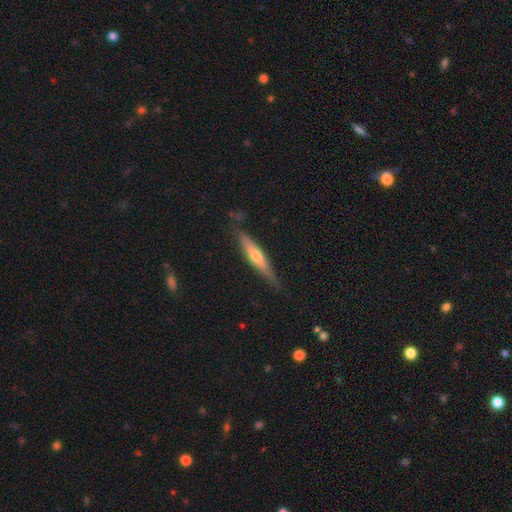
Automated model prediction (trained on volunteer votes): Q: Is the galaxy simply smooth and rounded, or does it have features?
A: featured or disk — 53%.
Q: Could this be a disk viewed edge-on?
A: yes — 93%.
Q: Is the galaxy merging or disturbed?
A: none — 78%.